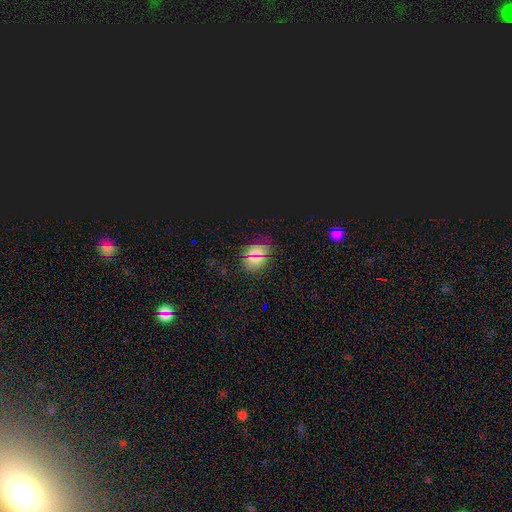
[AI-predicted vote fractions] A smooth galaxy with no disk features (62%) that is round (51%).

Vote fractions:
- Smooth or featured? smooth: 62% / star or artifact: 30% / featured or disk: 8%
- How rounded? round: 51% / in between: 47% / cigar-shaped: 3%
- Merging? none: 85% / minor disturbance: 10% / major disturbance: 3% / merger: 2%